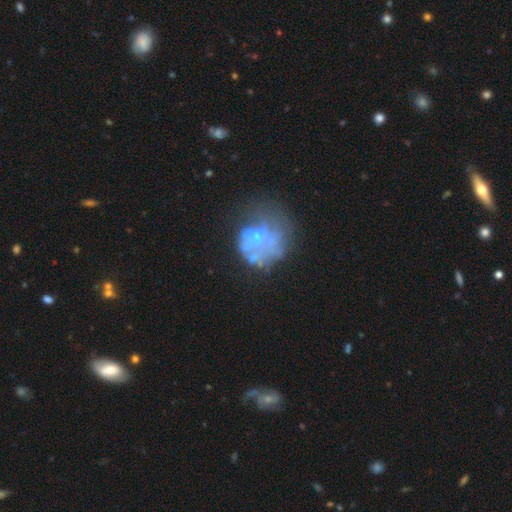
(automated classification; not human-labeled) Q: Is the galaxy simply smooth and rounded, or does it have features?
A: featured or disk — 54%.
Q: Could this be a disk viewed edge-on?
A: no — 98%.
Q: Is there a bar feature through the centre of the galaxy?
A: no — 86%.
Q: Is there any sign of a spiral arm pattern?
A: no — 83%.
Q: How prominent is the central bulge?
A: moderate — 52%.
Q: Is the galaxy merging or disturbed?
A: major disturbance — 40%.